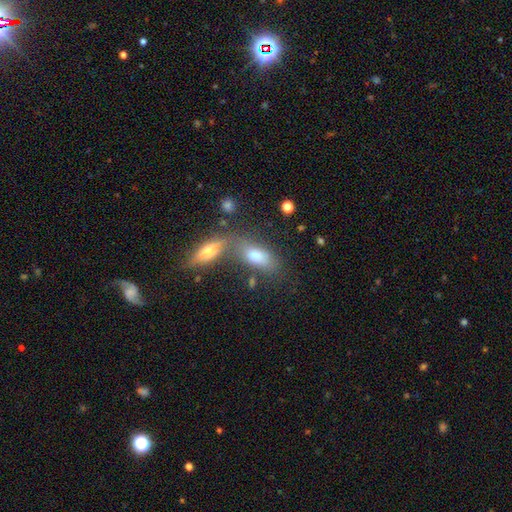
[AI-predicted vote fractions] Q: Smooth or featured?
A: smooth (68%); runner-up: featured or disk (22%)
Q: How rounded?
A: in between (81%); runner-up: cigar-shaped (14%)
Q: Merging?
A: merger (45%); runner-up: none (40%)